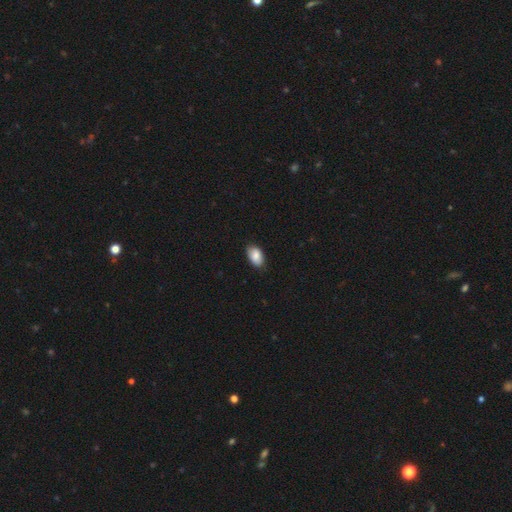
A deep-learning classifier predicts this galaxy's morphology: smooth-or-featured: smooth: 86% | star or artifact: 7% | featured or disk: 7%
  how-rounded: in between: 93% | round: 5% | cigar-shaped: 2%
  merging: none: 84% | minor disturbance: 13% | major disturbance: 2% | merger: 1%